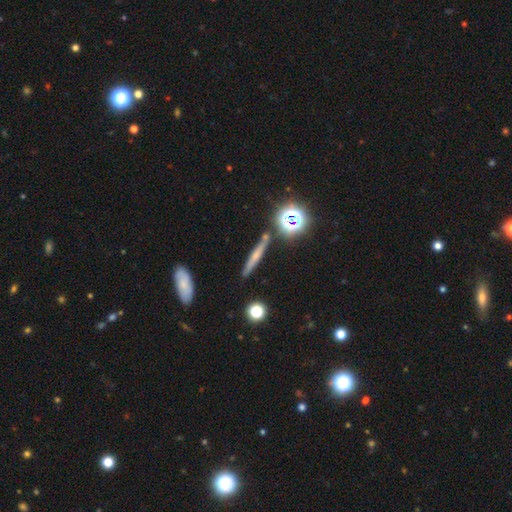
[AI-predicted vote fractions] The model was most divided on "smooth or featured": smooth: 48%, featured or disk: 37%, star or artifact: 15%. More confident: merging — none (81%).